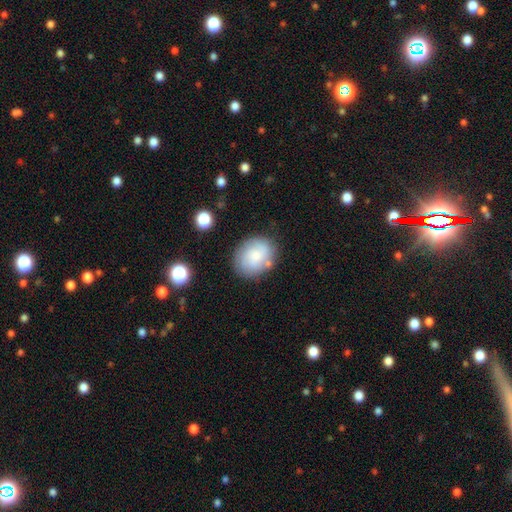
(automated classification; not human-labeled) Morphology: type=smooth (63%); roundness=round (53%); merging=none (73%).